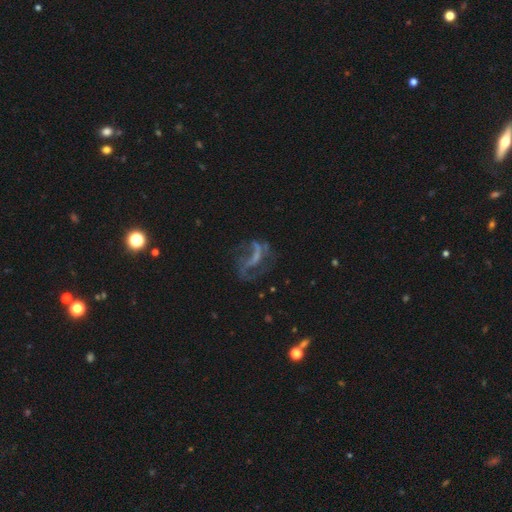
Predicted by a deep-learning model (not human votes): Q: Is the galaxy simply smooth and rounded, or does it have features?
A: featured or disk — 73%.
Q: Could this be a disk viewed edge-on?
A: no — 95%.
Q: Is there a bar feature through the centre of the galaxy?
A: weak — 35%.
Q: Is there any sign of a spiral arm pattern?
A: yes — 75%.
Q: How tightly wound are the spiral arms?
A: loose — 71%.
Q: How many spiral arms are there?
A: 2 — 63%.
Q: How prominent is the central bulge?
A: none — 60%.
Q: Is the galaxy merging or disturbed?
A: none — 46%.